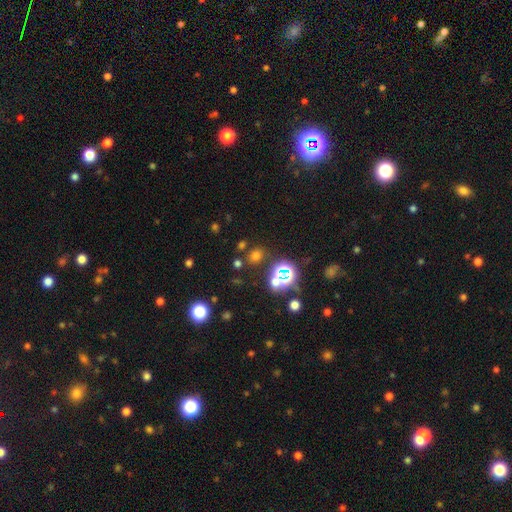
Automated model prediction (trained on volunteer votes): smooth 58%, star or artifact 35%, featured or disk 7%. Down the decision tree: how rounded — round (64%); merging — none (78%).